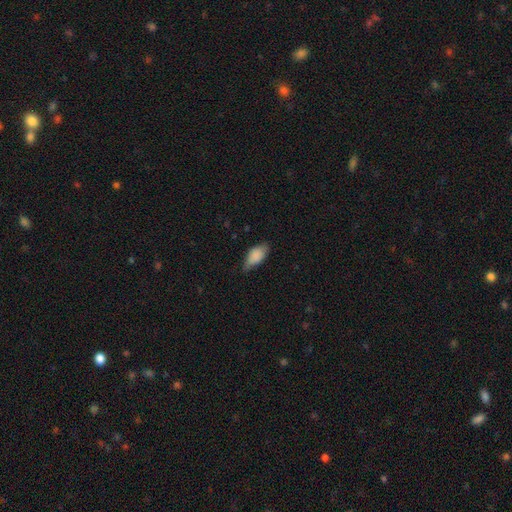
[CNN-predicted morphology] Overall: smooth (82%). How rounded: in between (91%). Merging: none (57%; minor disturbance 35%).